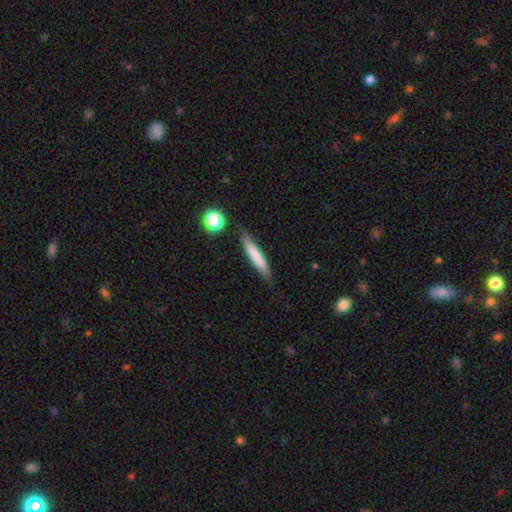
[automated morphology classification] Smooth or featured? Predicted: smooth (p=0.72). How rounded? Predicted: cigar-shaped (p=0.92). Merging? Predicted: none (p=0.81).